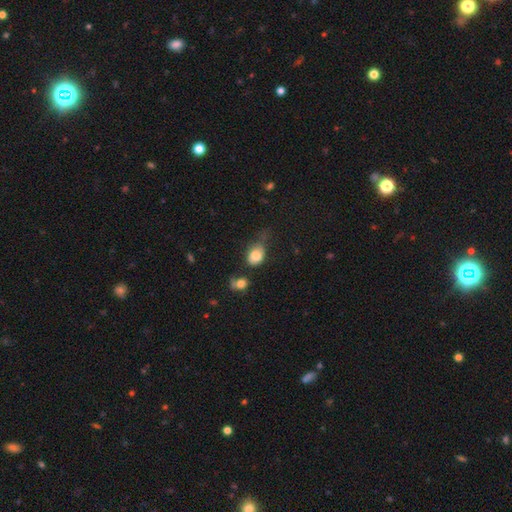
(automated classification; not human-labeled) smooth-or-featured: smooth: 79% | featured or disk: 12% | star or artifact: 9%
  how-rounded: in between: 60% | round: 38% | cigar-shaped: 2%
  merging: minor disturbance: 34% | none: 30% | major disturbance: 23% | merger: 13%